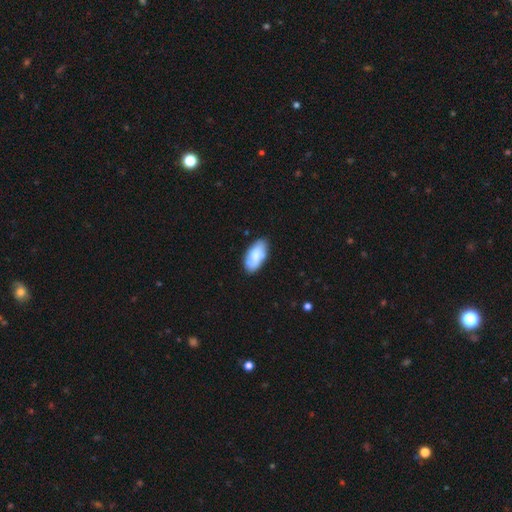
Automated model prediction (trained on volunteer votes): Smooth or featured? smooth (67%)
How rounded? in between (94%)
Merging? none (73%)